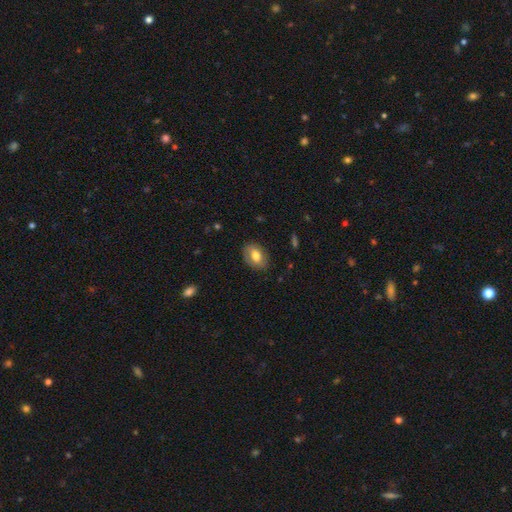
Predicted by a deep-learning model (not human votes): Smooth or featured?
  - smooth: 70% *
  - featured or disk: 23%
  - star or artifact: 7%
How rounded?
  - in between: 80% *
  - round: 19%
  - cigar-shaped: 1%
Merging?
  - none: 80% *
  - minor disturbance: 15%
  - major disturbance: 4%
  - merger: 1%